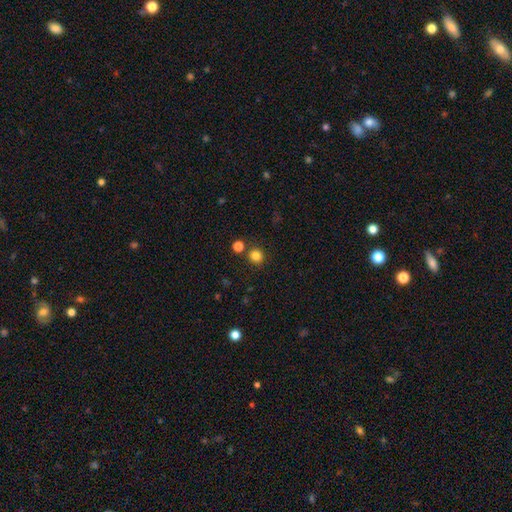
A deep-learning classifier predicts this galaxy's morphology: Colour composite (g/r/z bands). It shows a smooth galaxy with no disk features (82%) that is round (91%). Merging: none (83%).